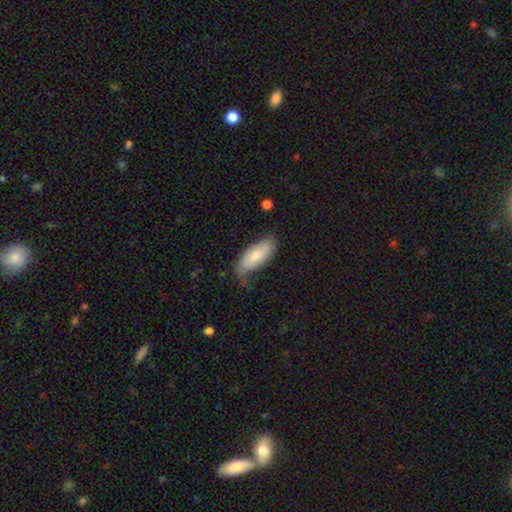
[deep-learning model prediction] Morphology: type=smooth (76%); roundness=in between (84%); merging=none (50%).